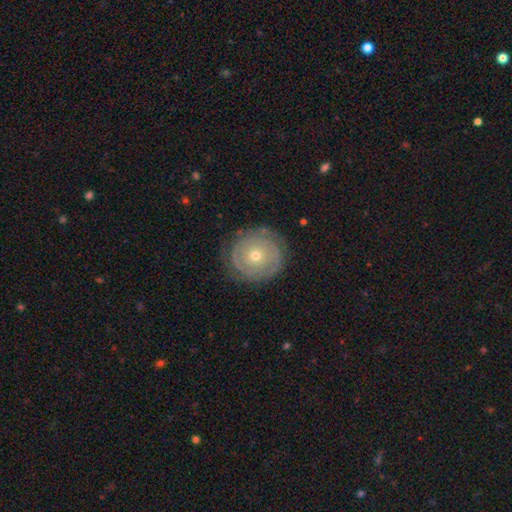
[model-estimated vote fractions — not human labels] Smooth or featured: featured or disk — 71% (smooth — 22%)
Edge-on disk: no — 97% (yes — 3%)
Bar: no — 86% (weak — 11%)
Spiral arms: yes — 78% (no — 22%)
Spiral winding: tight — 78% (medium — 16%)
Spiral arm count: 2 — 38% (can't tell — 36%)
Bulge size: small — 56% (moderate — 40%)
Merging: none — 81% (minor disturbance — 13%)